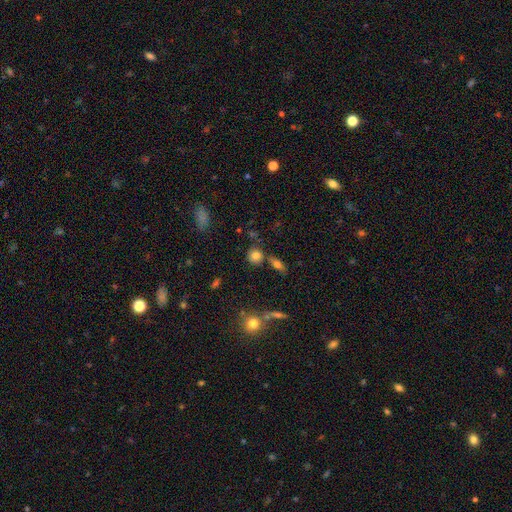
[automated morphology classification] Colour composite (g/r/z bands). It shows a smooth galaxy with no disk features (79%) that is round (82%). Merging: none (70%).